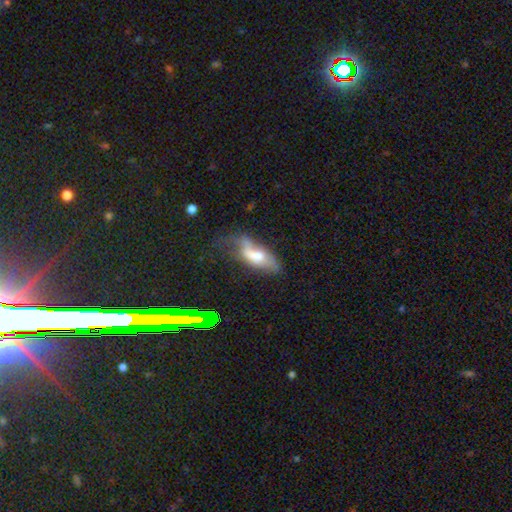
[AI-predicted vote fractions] smooth_or_featured: smooth (p=0.50) [alt: featured or disk p=0.40]
how_rounded: in between (p=0.77) [alt: cigar-shaped p=0.19]
merging: major disturbance (p=0.35) [alt: minor disturbance p=0.28]